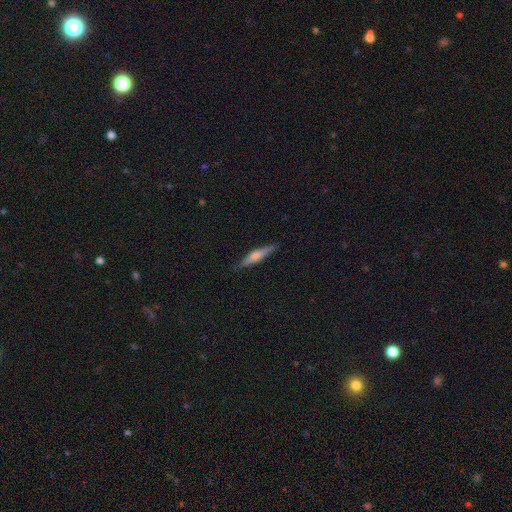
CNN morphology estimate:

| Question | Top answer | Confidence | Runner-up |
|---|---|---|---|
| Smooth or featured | featured or disk | 63% | smooth (30%) |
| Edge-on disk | yes | 97% | no (3%) |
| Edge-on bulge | rounded | 76% | boxy (12%) |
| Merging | none | 89% | minor disturbance (8%) |